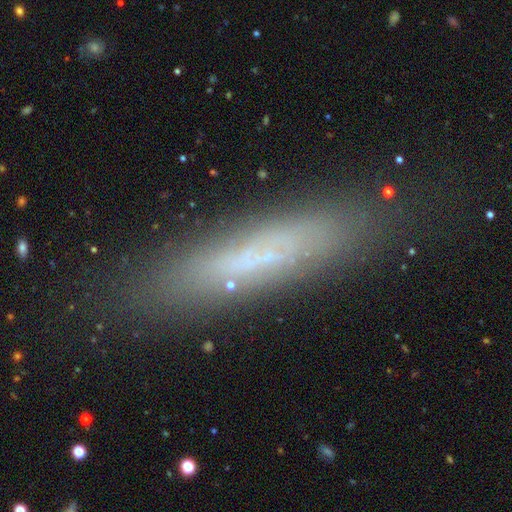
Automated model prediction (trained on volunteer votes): Smooth or featured? smooth (46%)
Merging? none (80%)